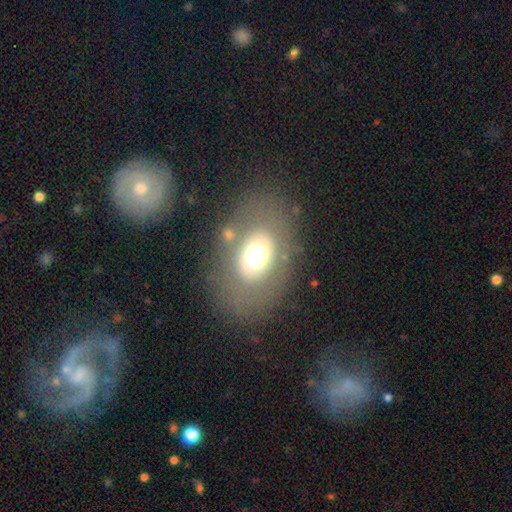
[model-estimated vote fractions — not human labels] Overall: smooth (60%; featured or disk 28%). How rounded: in between (73%). Merging: none (75%).